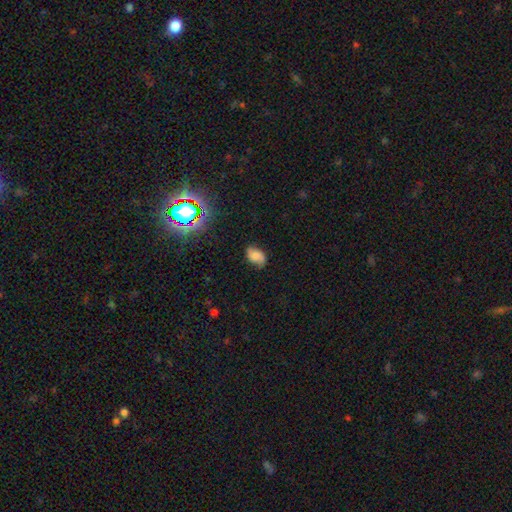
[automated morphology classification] Smooth or featured: smooth — 60% (featured or disk — 27%)
How rounded: in between — 86% (round — 13%)
Merging: none — 68% (minor disturbance — 24%)